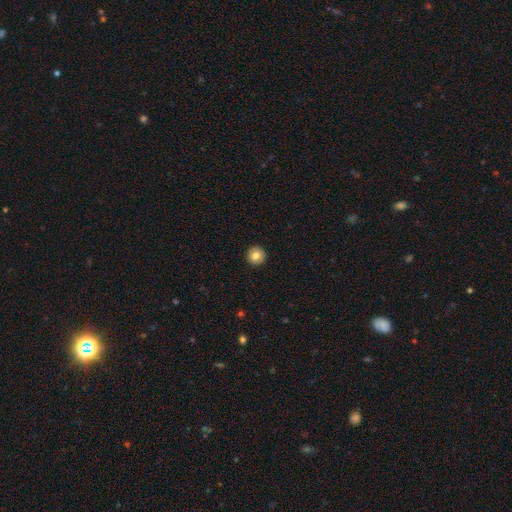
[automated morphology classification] This appears to be a smooth galaxy with no disk features (81%) that is round (95%). Merging: none (93%).